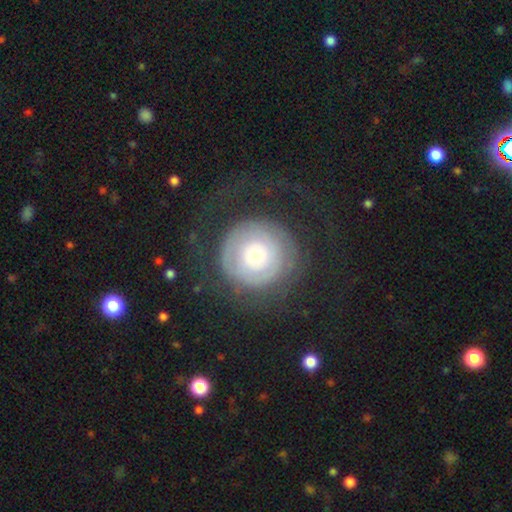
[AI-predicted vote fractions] A featured or disk galaxy (56%) with no bar (88%), spiral arms (54%) and a moderate central bulge (45%).

Vote fractions:
- Smooth or featured? featured or disk: 56% / smooth: 36% / star or artifact: 7%
- Edge-on disk? no: 96% / yes: 4%
- Bar? no: 88% / weak: 9% / strong: 3%
- Spiral arms? yes: 54% / no: 46%
- Bulge size? moderate: 45% / small: 43% / large: 8% / dominant: 3% / none: 1%
- Merging? none: 63% / major disturbance: 23% / minor disturbance: 13% / merger: 2%